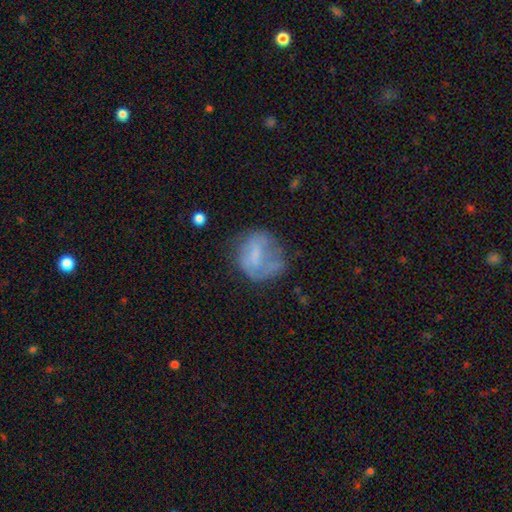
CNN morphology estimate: This is possibly a smooth galaxy (50%). Merging: marginally none (45%).